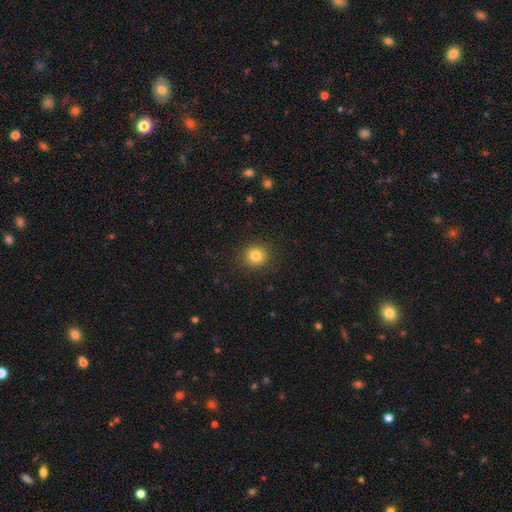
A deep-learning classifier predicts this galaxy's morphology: Smooth or featured? Predicted: smooth (p=0.82). How rounded? Predicted: round (p=0.91). Merging? Predicted: none (p=0.91).